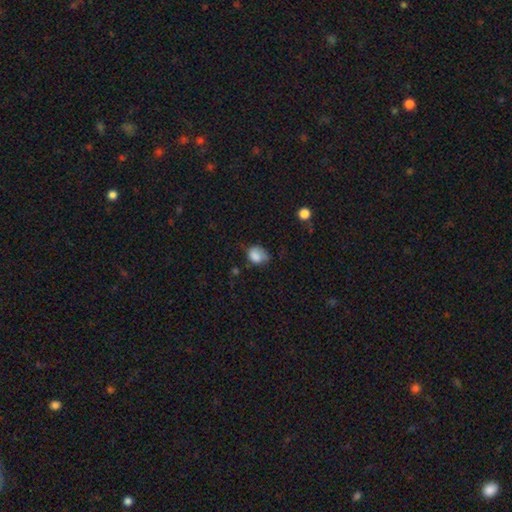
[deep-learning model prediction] Overall: smooth (80%). How rounded: in between (56%; round 43%). Merging: none (42%; minor disturbance 38%).